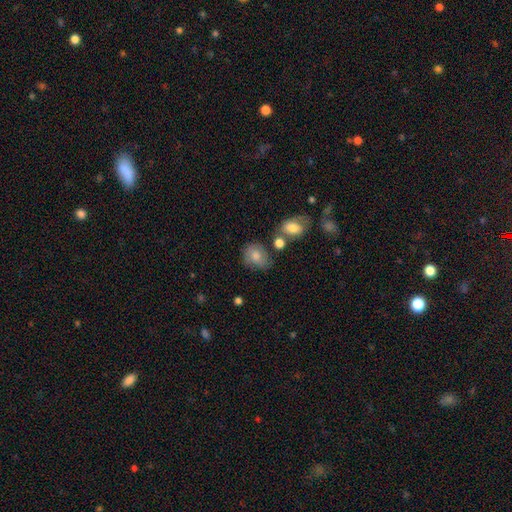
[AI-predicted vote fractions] A smooth galaxy with no disk features (74%) that is in between round and cigar-shaped (54%).

Vote fractions:
- Smooth or featured? smooth: 74% / featured or disk: 18% / star or artifact: 8%
- How rounded? in between: 54% / round: 45% / cigar-shaped: 1%
- Merging? none: 58% / minor disturbance: 23% / merger: 11% / major disturbance: 8%